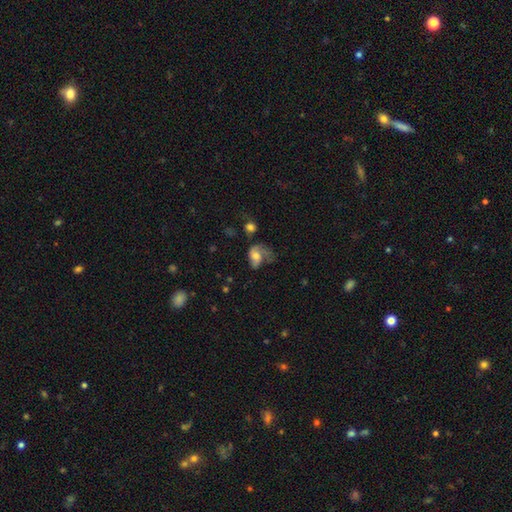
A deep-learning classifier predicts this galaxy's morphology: Smooth or featured? featured or disk (49%)
Merging? major disturbance (49%)